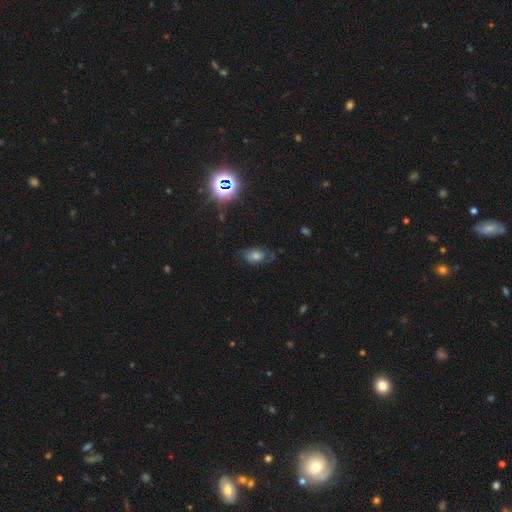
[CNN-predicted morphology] smooth_or_featured: smooth (p=0.49) [alt: featured or disk p=0.29]
merging: none (p=0.56) [alt: minor disturbance p=0.28]